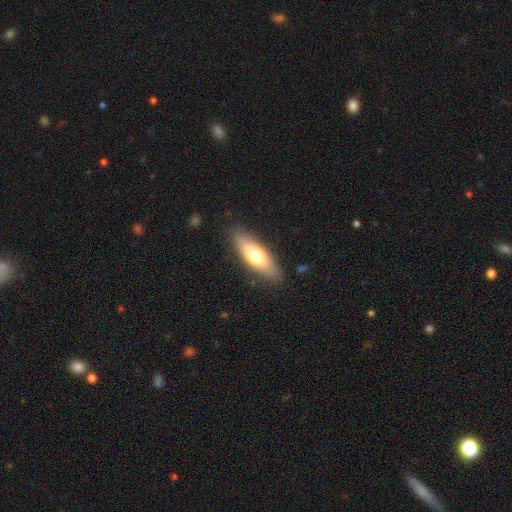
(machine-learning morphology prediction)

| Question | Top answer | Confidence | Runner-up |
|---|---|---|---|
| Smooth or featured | smooth | 66% | featured or disk (28%) |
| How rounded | in between | 54% | cigar-shaped (44%) |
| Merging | none | 85% | minor disturbance (11%) |